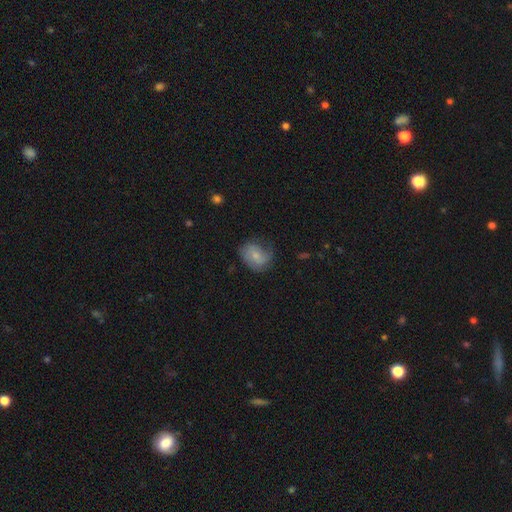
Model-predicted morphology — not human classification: Overall: smooth (57%; featured or disk 36%). How rounded: in between (52%; round 47%). Merging: none (56%; minor disturbance 30%).